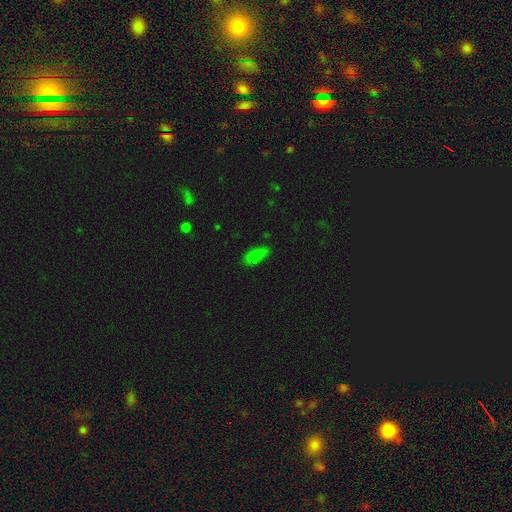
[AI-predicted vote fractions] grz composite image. It shows a smooth galaxy with no disk features (78%) that is in between round and cigar-shaped (76%). Merging: none (80%).